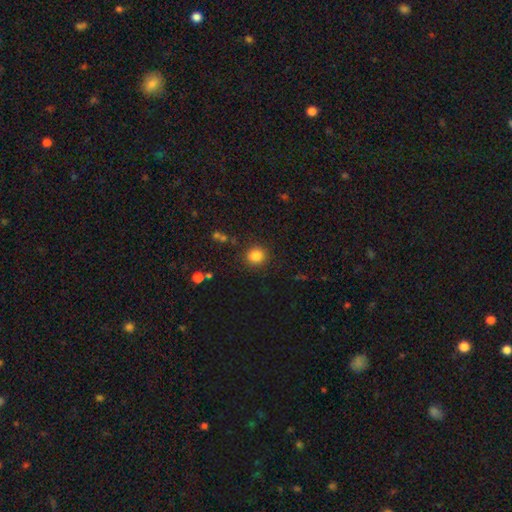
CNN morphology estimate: Smooth or featured? Predicted: smooth (p=0.83). How rounded? Predicted: round (p=0.88). Merging? Predicted: none (p=0.89).